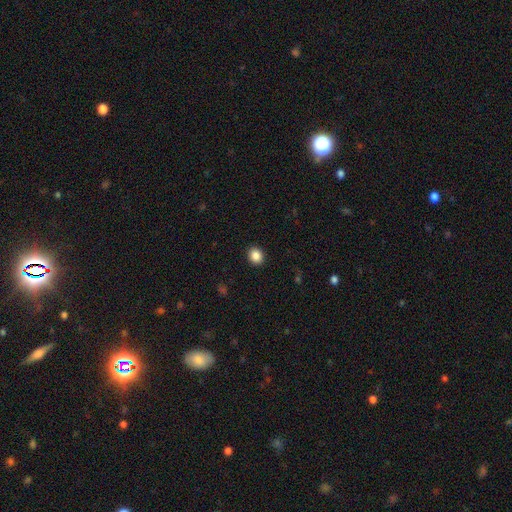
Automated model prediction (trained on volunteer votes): This appears to be a smooth galaxy with no disk features (87%) that is round (74%). Merging: none (92%).